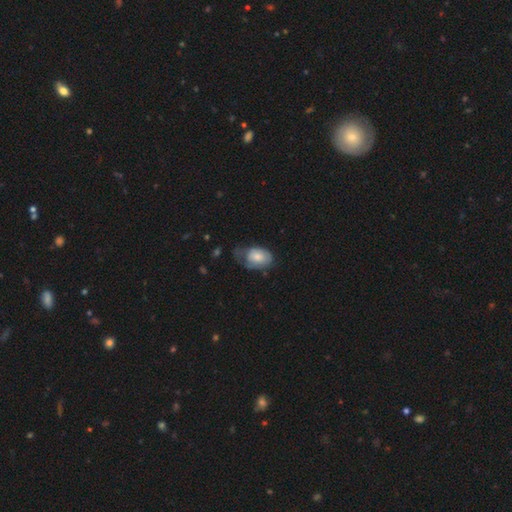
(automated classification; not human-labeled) Smooth or featured? smooth (64%)
How rounded? in between (83%)
Merging? minor disturbance (37%)